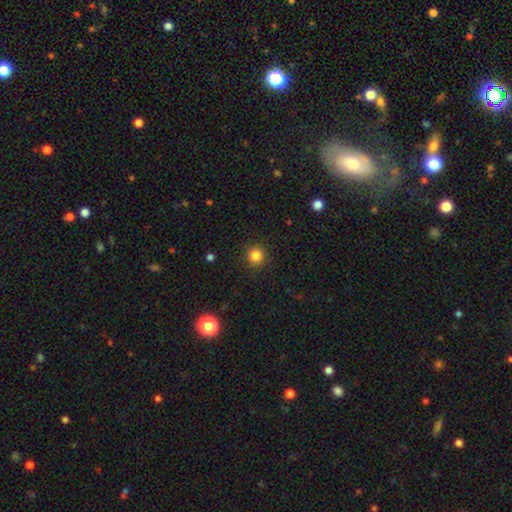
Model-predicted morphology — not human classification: smooth_or_featured: smooth (p=0.83) [alt: star or artifact p=0.13]
how_rounded: round (p=0.94) [alt: in between p=0.05]
merging: none (p=0.91) [alt: minor disturbance p=0.06]